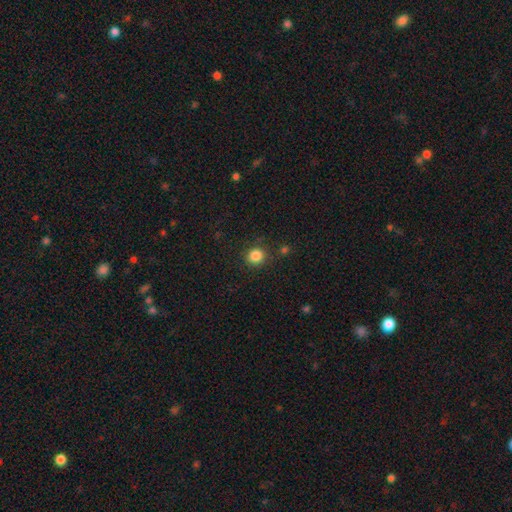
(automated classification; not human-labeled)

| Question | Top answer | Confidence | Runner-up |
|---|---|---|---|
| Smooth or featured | smooth | 84% | star or artifact (11%) |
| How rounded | round | 89% | in between (10%) |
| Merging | none | 86% | minor disturbance (8%) |